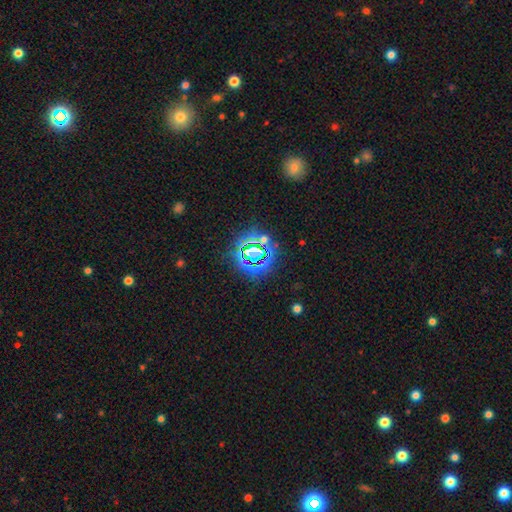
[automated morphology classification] This is likely a star or artifact rather than a galaxy (70%).